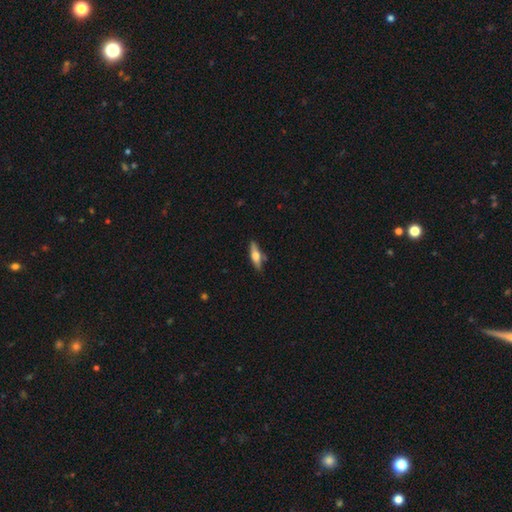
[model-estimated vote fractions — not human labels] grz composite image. It shows a smooth galaxy with no disk features (50%) that is cigar-shaped (57%). Merging: none (79%).